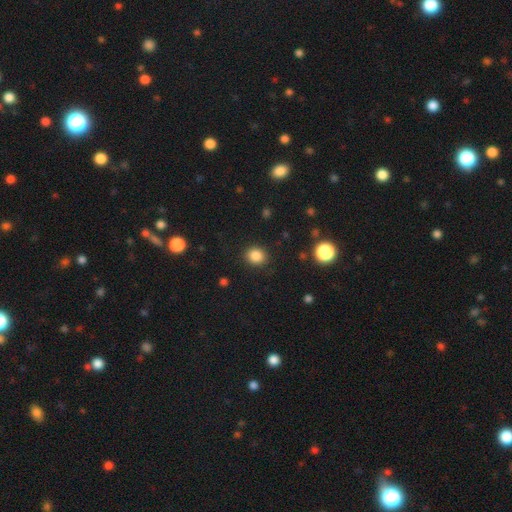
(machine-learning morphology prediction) Smooth or featured: smooth — 85% (star or artifact — 11%)
How rounded: round — 77% (in between — 22%)
Merging: none — 90% (minor disturbance — 7%)